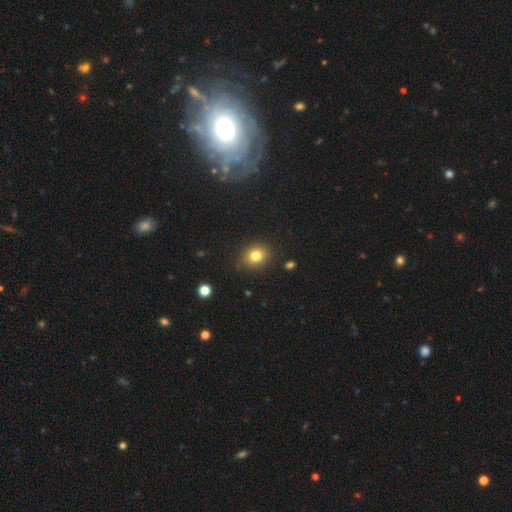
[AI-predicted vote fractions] Morphology: type=smooth (80%); roundness=round (62%); merging=none (87%).